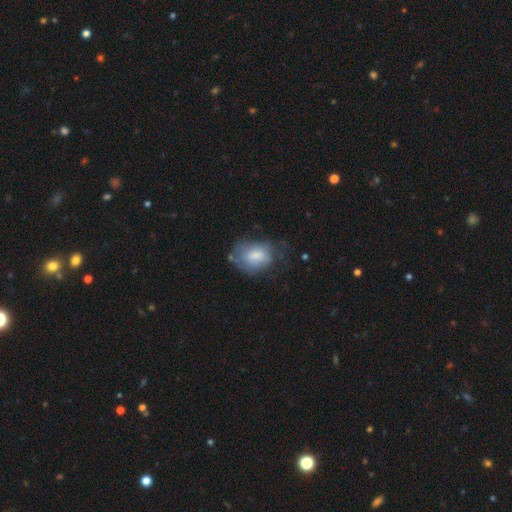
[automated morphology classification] Smooth or featured?
  - smooth: 65% *
  - featured or disk: 28%
  - star or artifact: 8%
How rounded?
  - in between: 74% *
  - round: 25%
  - cigar-shaped: 1%
Merging?
  - none: 41% *
  - minor disturbance: 31%
  - major disturbance: 25%
  - merger: 3%